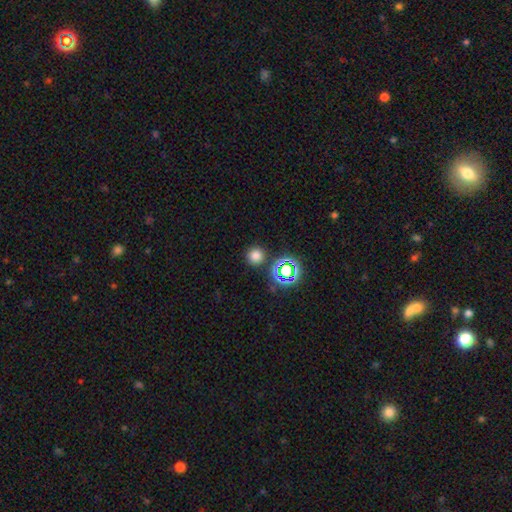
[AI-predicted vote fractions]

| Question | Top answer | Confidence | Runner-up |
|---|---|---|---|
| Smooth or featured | smooth | 72% | star or artifact (22%) |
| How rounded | round | 94% | in between (5%) |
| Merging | none | 87% | minor disturbance (6%) |